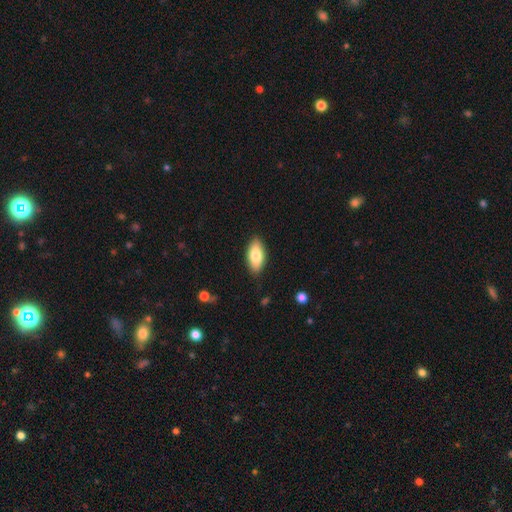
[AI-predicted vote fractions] Smooth or featured: smooth — 80% (featured or disk — 14%)
How rounded: in between — 90% (cigar-shaped — 7%)
Merging: none — 87% (minor disturbance — 10%)